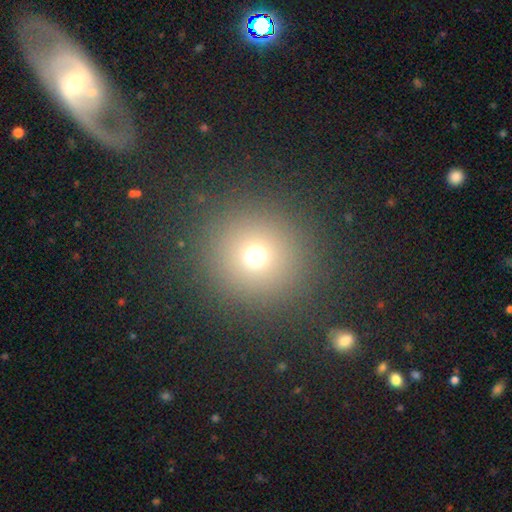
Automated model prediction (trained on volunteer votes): Q: Smooth or featured?
A: smooth (67%); runner-up: star or artifact (24%)
Q: How rounded?
A: round (94%); runner-up: in between (5%)
Q: Merging?
A: none (88%); runner-up: minor disturbance (6%)